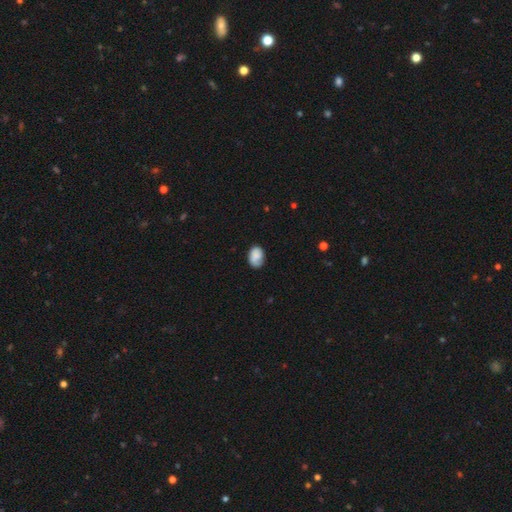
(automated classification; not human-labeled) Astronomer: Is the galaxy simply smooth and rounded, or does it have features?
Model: smooth — 77%.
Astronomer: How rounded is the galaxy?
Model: in between — 80%.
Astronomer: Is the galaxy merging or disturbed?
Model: none — 67%.